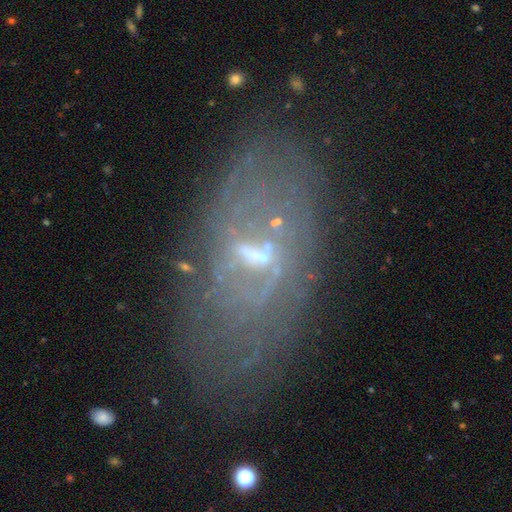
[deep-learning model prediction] featured or disk 72%, smooth 15%, star or artifact 13%. Down the decision tree: edge-on disk — no (89%); bar — strong (39%); spiral arms — no (55%); bulge size — small (38%); merging — none (60%).